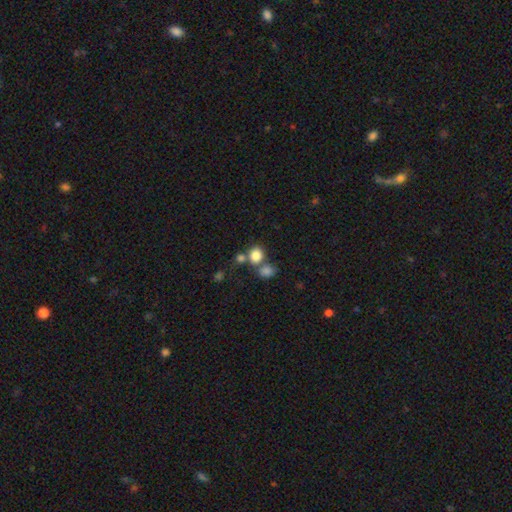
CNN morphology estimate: smooth-or-featured: smooth: 81% | star or artifact: 11% | featured or disk: 7%
  how-rounded: round: 73% | in between: 26% | cigar-shaped: 1%
  merging: none: 52% | merger: 33% | minor disturbance: 10% | major disturbance: 5%